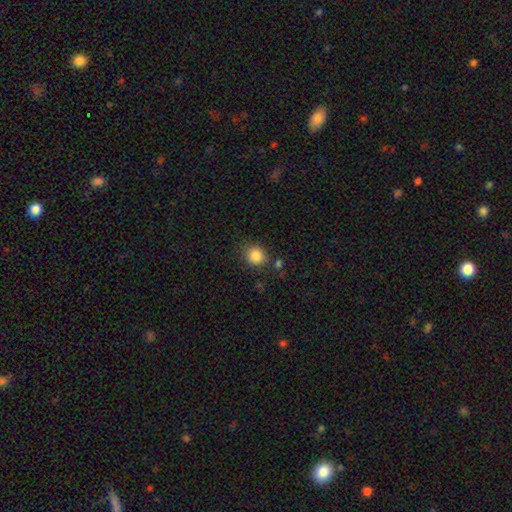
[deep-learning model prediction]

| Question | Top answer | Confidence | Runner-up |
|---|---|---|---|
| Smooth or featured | smooth | 86% | star or artifact (10%) |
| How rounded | round | 82% | in between (17%) |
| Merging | none | 79% | minor disturbance (12%) |